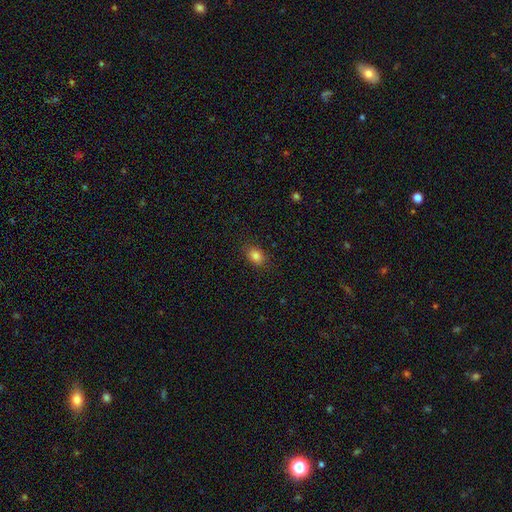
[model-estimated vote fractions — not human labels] Smooth or featured? Predicted: smooth (p=0.84). How rounded? Predicted: in between (p=0.72). Merging? Predicted: none (p=0.86).